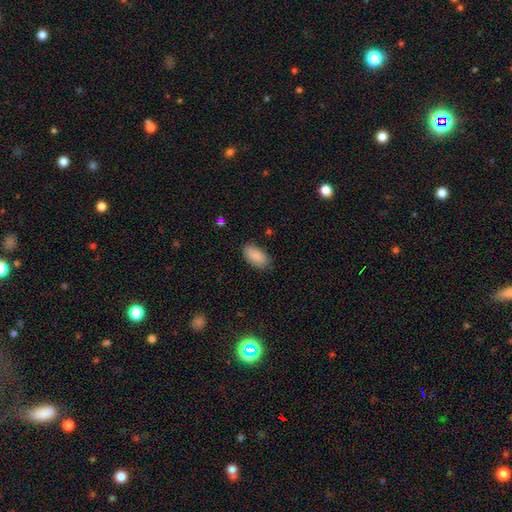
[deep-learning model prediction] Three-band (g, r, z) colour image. It shows a smooth galaxy with no disk features (90%) that is in between round and cigar-shaped (94%). Merging: none (83%).